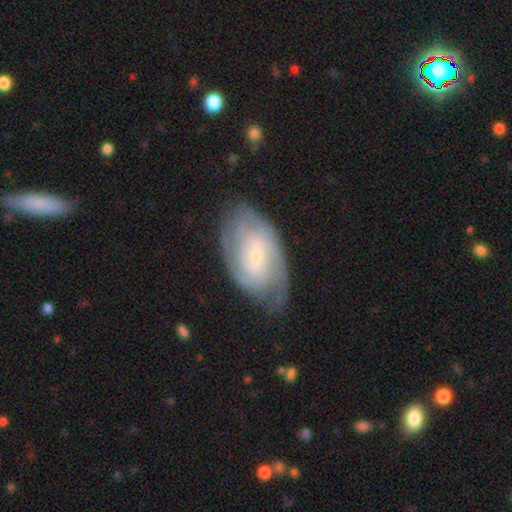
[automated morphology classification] This appears to be a featured or disk galaxy (79%) with a weak bar (50%), 2 (38%) tight (59%) spiral arms (93%) and a small central bulge (71%). Merging: none (71%).